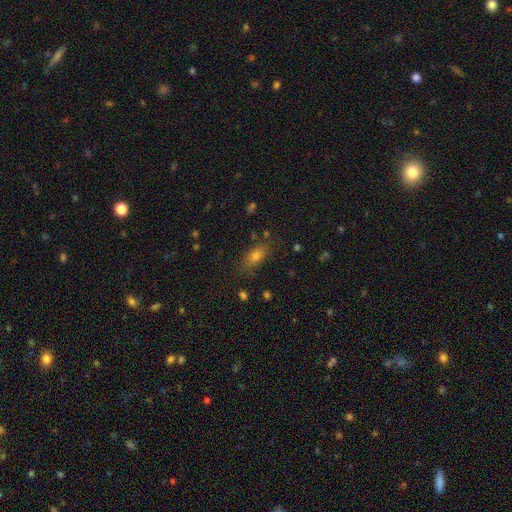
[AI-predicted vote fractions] Smooth or featured: smooth — 71% (star or artifact — 17%)
How rounded: in between — 74% (cigar-shaped — 14%)
Merging: none — 78% (minor disturbance — 14%)